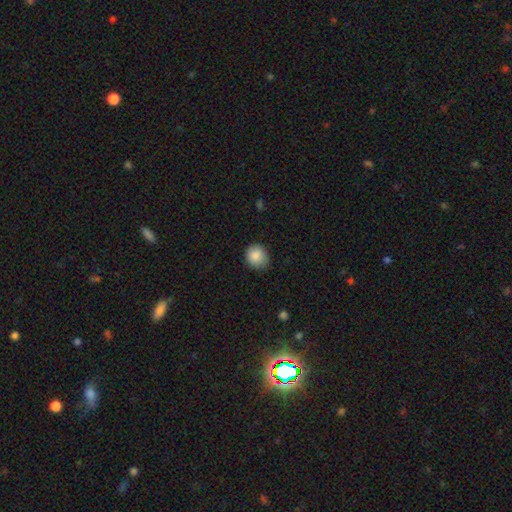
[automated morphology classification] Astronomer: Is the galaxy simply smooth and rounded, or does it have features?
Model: smooth — 87%.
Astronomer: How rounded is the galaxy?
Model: round — 80%.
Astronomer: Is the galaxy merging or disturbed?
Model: none — 80%.